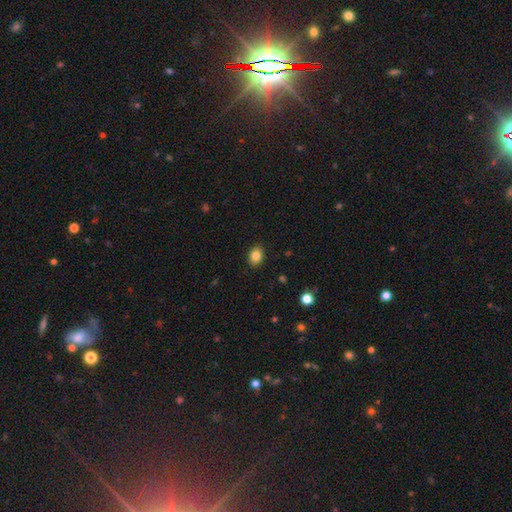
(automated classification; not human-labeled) This appears to be a smooth galaxy with no disk features (85%) that is in between round and cigar-shaped (69%). Merging: none (89%).